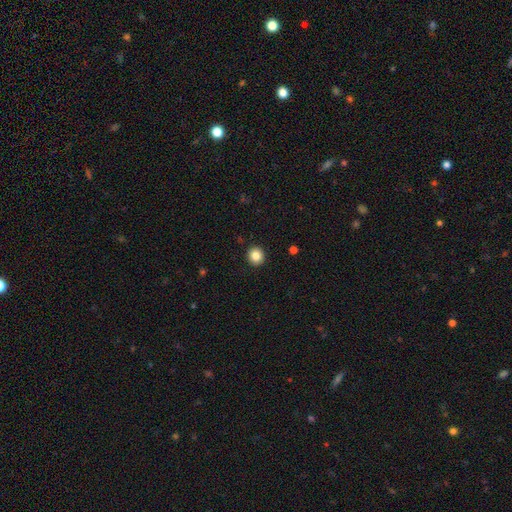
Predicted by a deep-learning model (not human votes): Overall: smooth (85%). How rounded: round (92%). Merging: none (93%).